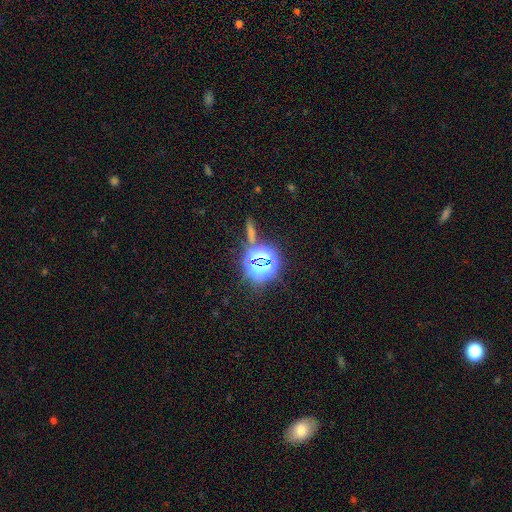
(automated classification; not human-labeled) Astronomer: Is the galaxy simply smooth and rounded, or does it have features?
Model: star or artifact — 79%.